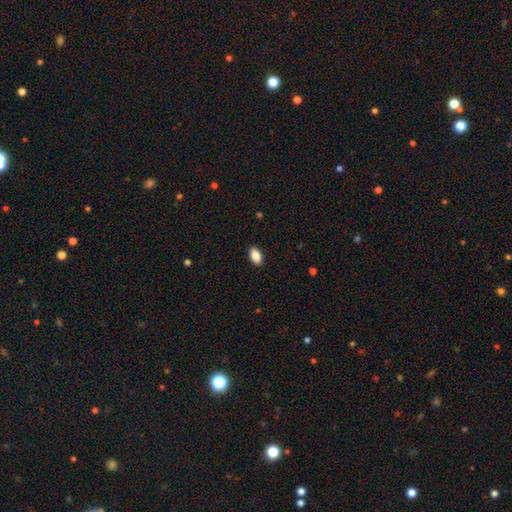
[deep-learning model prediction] Smooth or featured? smooth (87%)
How rounded? in between (93%)
Merging? none (90%)